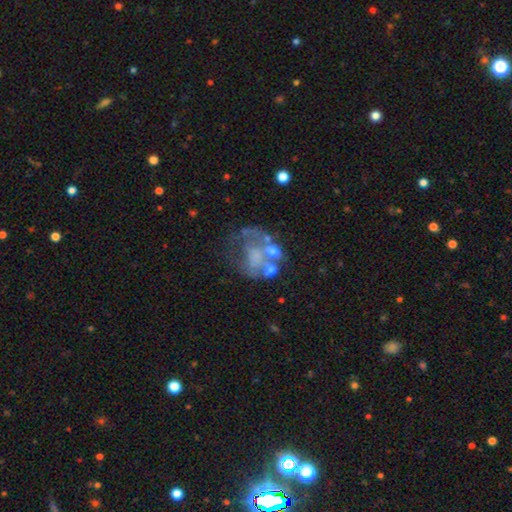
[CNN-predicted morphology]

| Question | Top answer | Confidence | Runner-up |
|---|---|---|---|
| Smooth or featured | featured or disk | 58% | smooth (28%) |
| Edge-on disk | no | 98% | yes (2%) |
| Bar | no | 88% | weak (9%) |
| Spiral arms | no | 85% | yes (15%) |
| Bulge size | none | 60% | moderate (18%) |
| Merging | major disturbance | 34% | merger (25%) |